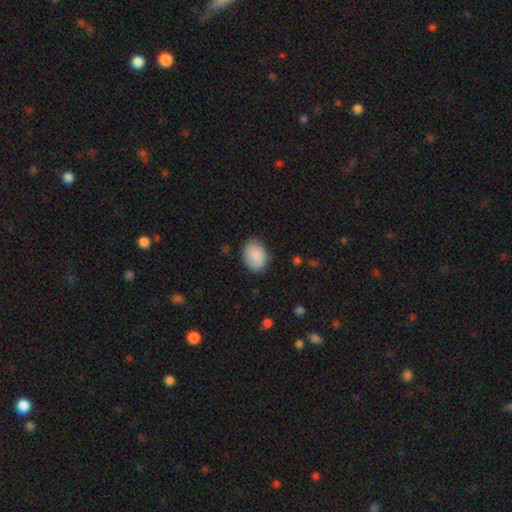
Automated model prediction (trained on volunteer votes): This appears to be a smooth galaxy with no disk features (83%) that is in between round and cigar-shaped (69%). Merging: none (75%).